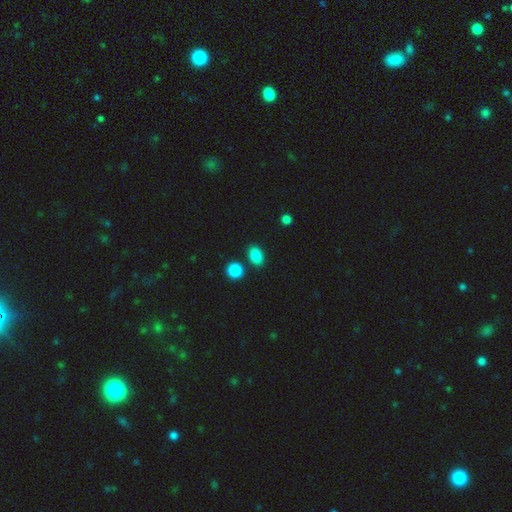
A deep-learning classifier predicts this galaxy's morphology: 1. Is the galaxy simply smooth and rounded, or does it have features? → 87% smooth, 9% star or artifact, 4% featured or disk.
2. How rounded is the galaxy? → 80% in between, 19% round, 1% cigar-shaped.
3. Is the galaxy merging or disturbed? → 80% none, 10% minor disturbance, 7% merger, 3% major disturbance.